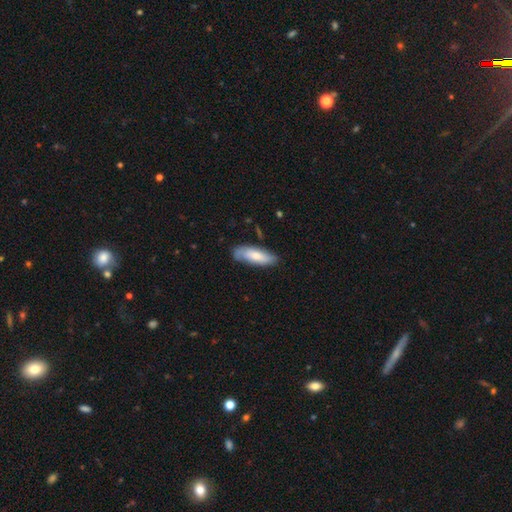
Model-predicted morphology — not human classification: smooth 66%, featured or disk 28%, star or artifact 5%. Down the decision tree: how rounded — in between (63%); merging — none (73%).